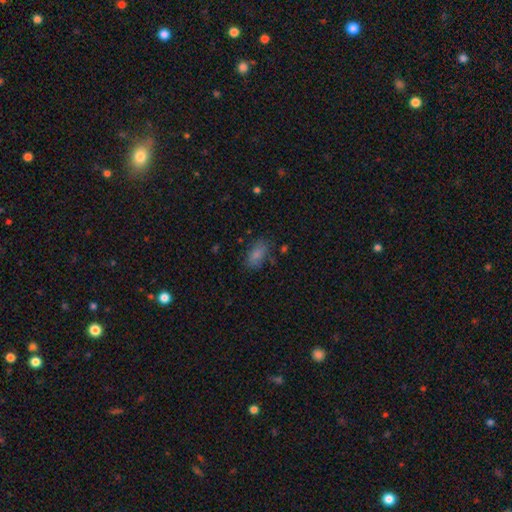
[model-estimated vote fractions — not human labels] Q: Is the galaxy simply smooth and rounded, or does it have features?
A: smooth — 78%.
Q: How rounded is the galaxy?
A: in between — 89%.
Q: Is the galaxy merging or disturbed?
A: none — 77%.